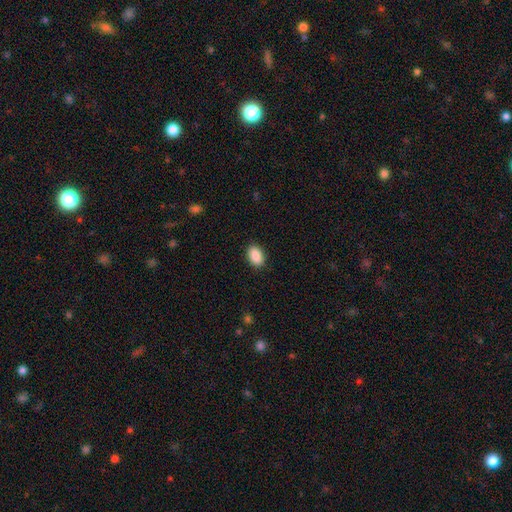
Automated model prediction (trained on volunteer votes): smooth-or-featured: smooth: 90% | star or artifact: 7% | featured or disk: 3%
  how-rounded: in between: 88% | round: 11% | cigar-shaped: 1%
  merging: none: 89% | minor disturbance: 8% | major disturbance: 2% | merger: 1%